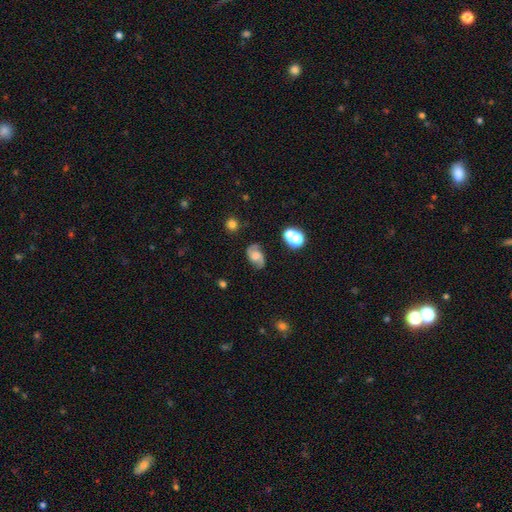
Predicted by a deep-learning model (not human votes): This is likely a featured or disk galaxy (66%). It is clearly not viewed edge-on (97%). Bar: possibly no (58%). Spiral arm pattern: clearly yes (92%). Spiral arm count: clearly 2 (90%). Spiral winding: marginally loose (44%). Central bulge: marginally moderate (33%). Merging: likely none (69%).